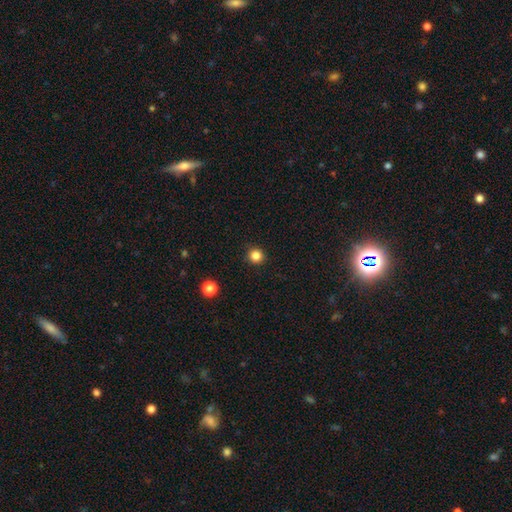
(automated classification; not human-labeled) Morphology: type=smooth (83%); roundness=round (94%); merging=none (93%).